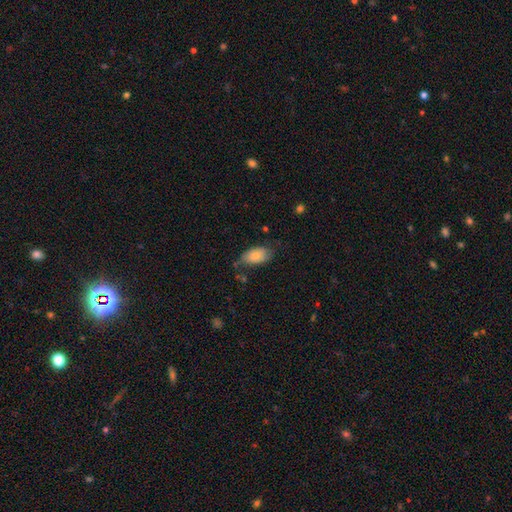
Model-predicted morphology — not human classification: This is likely a smooth galaxy (78%). How rounded: clearly in between (94%). Merging: possibly none (54%).